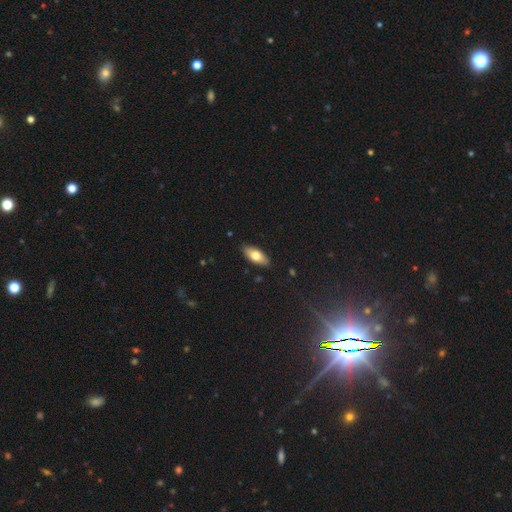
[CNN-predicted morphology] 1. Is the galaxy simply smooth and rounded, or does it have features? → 71% smooth, 23% featured or disk, 6% star or artifact.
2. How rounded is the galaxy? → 83% in between, 15% cigar-shaped, 3% round.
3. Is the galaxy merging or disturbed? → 88% none, 9% minor disturbance, 2% major disturbance, 1% merger.